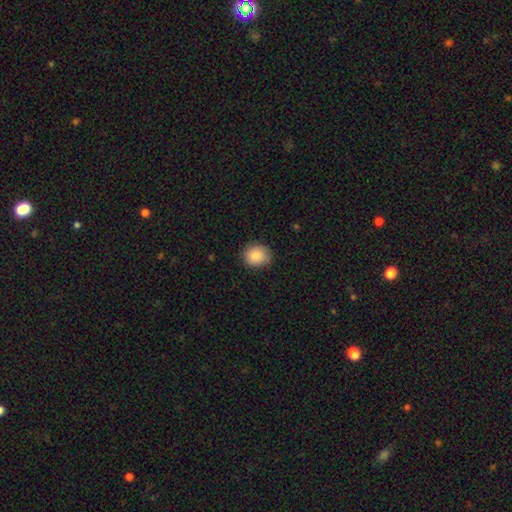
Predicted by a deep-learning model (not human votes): Smooth or featured: smooth — 87% (star or artifact — 8%)
How rounded: round — 72% (in between — 27%)
Merging: none — 86% (minor disturbance — 11%)